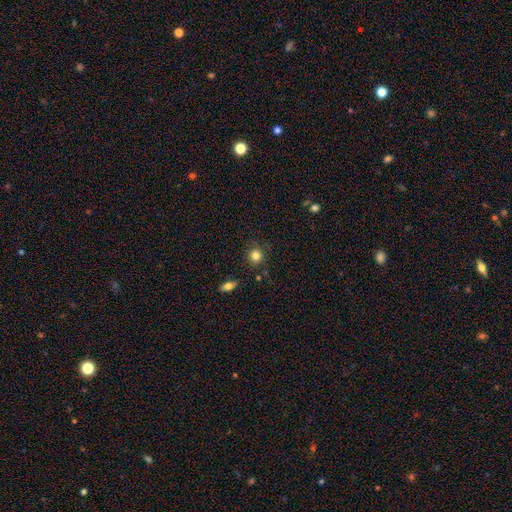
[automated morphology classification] This appears to be a smooth galaxy with no disk features (82%) that is round (89%). Merging: none (79%).